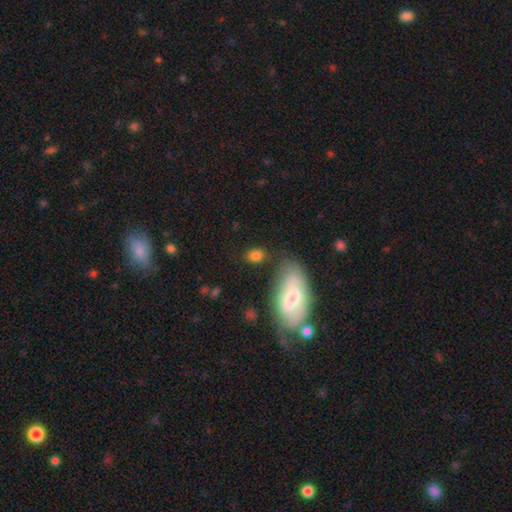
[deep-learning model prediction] smooth-or-featured: smooth: 80% | star or artifact: 11% | featured or disk: 10%
  how-rounded: in between: 61% | round: 35% | cigar-shaped: 3%
  merging: none: 71% | minor disturbance: 15% | merger: 8% | major disturbance: 6%